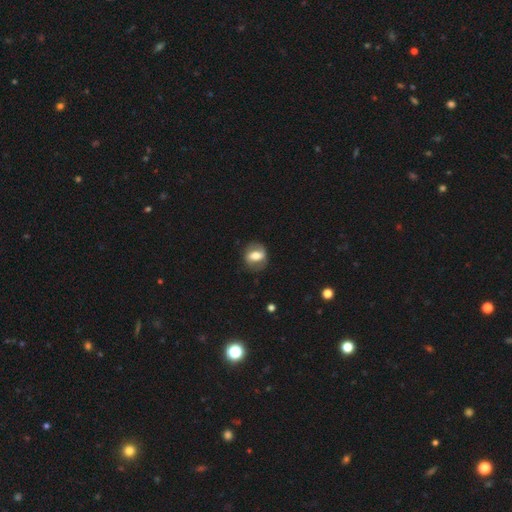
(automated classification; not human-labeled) Smooth or featured? Predicted: smooth (p=0.47). Merging? Predicted: none (p=0.75).